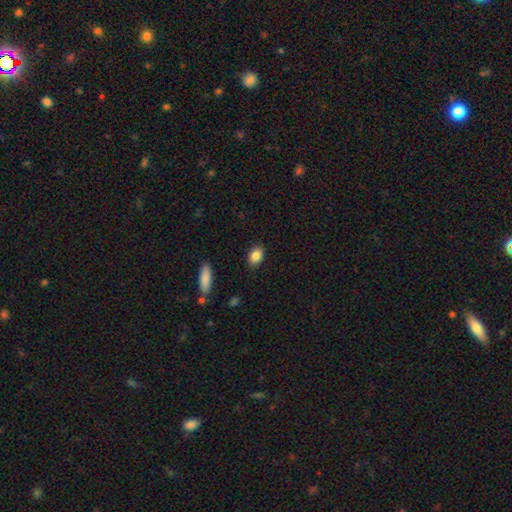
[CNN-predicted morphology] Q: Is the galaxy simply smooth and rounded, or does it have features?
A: smooth — 86%.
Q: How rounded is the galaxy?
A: in between — 78%.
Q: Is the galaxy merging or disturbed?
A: none — 88%.